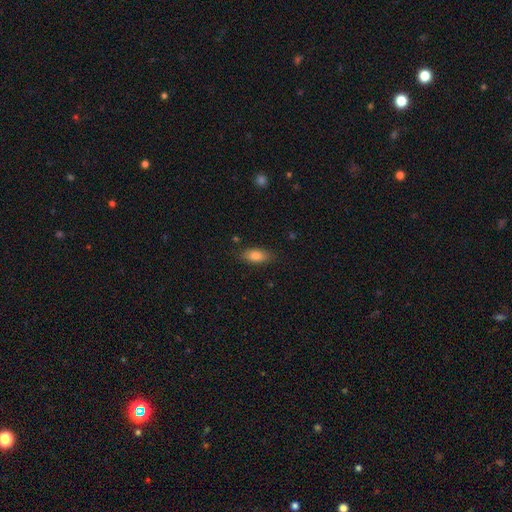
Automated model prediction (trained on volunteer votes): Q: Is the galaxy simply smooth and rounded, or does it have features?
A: smooth — 82%.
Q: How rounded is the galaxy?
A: in between — 86%.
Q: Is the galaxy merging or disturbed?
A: none — 84%.